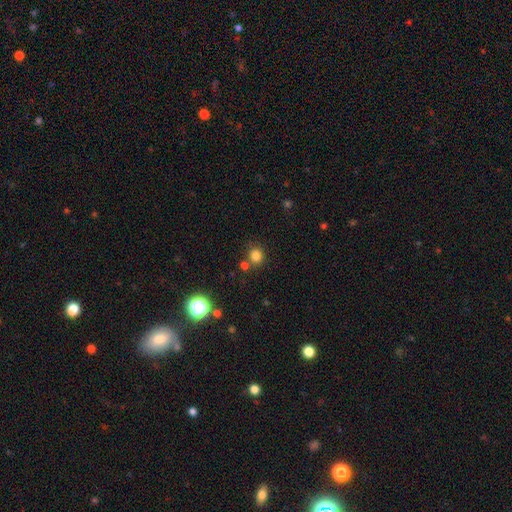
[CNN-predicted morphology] smooth_or_featured: smooth (p=0.80) [alt: star or artifact p=0.15]
how_rounded: round (p=0.87) [alt: in between p=0.12]
merging: none (p=0.75) [alt: merger p=0.13]